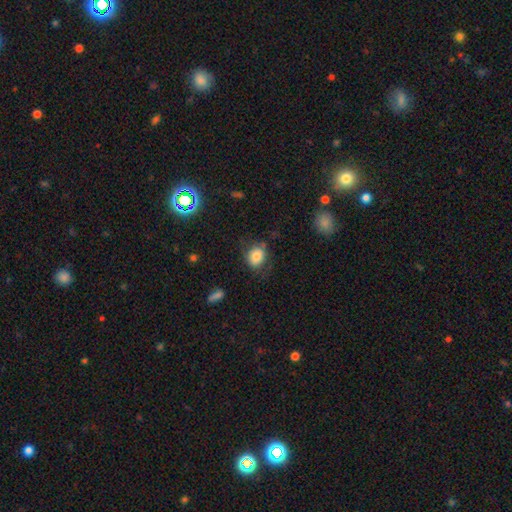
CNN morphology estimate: Smooth or featured? smooth (79%)
How rounded? round (56%)
Merging? none (64%)